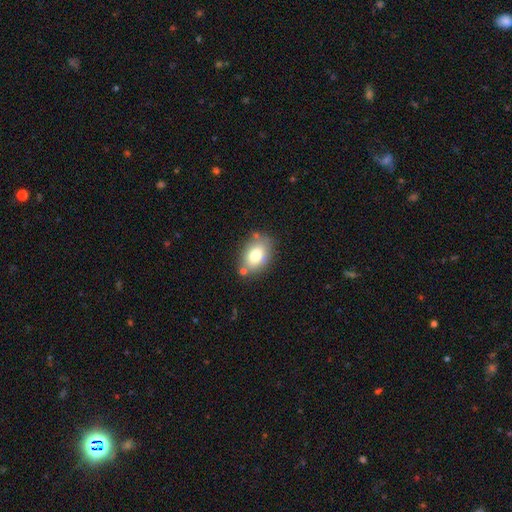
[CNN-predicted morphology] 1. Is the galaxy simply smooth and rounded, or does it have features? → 77% smooth, 14% featured or disk, 9% star or artifact.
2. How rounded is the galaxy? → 78% in between, 20% round, 1% cigar-shaped.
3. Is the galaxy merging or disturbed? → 74% none, 15% minor disturbance, 8% merger, 4% major disturbance.